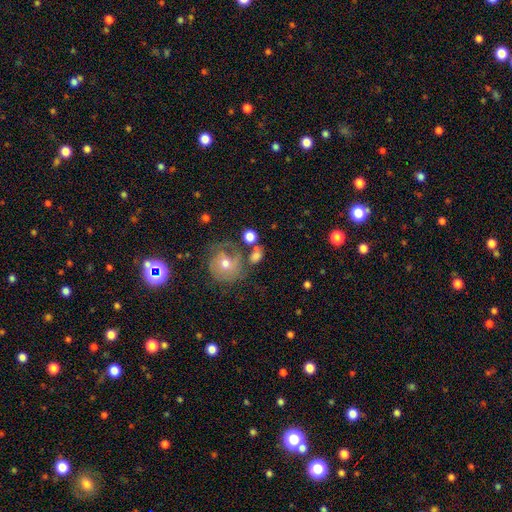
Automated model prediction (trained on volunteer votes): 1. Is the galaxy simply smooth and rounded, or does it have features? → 63% smooth, 25% featured or disk, 11% star or artifact.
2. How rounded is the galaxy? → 59% round, 39% in between, 2% cigar-shaped.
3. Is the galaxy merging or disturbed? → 46% none, 23% merger, 17% minor disturbance, 14% major disturbance.